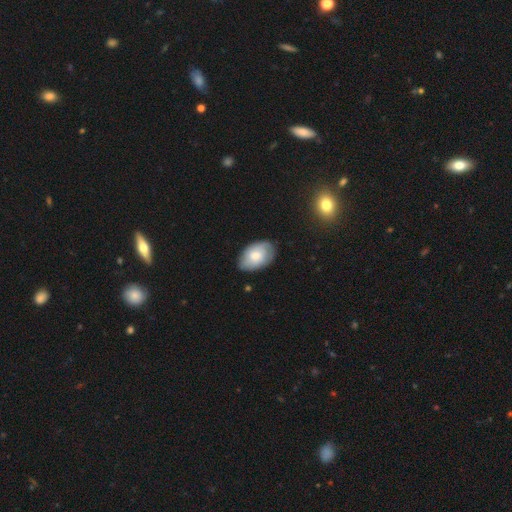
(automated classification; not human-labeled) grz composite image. It shows a smooth galaxy with no disk features (68%) that is in between round and cigar-shaped (90%). Merging: none (78%).